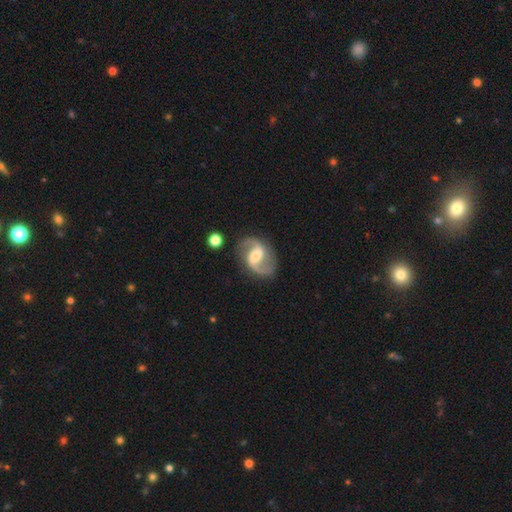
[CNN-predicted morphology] This is clearly a featured or disk galaxy (89%). It is clearly not viewed edge-on (98%). Bar: possibly weak (50%). Spiral arm pattern: clearly yes (97%). Spiral arm count: clearly 2 (94%). Spiral winding: possibly loose (46%). Central bulge: possibly moderate (50%). Merging: clearly none (83%).